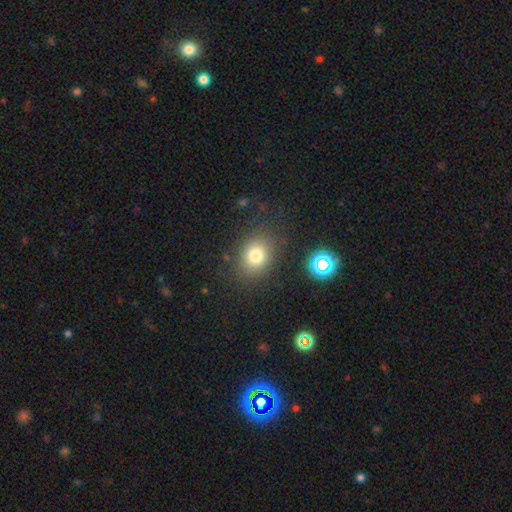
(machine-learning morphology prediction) This appears to be a smooth galaxy with no disk features (77%) that is round (58%). Merging: none (81%).